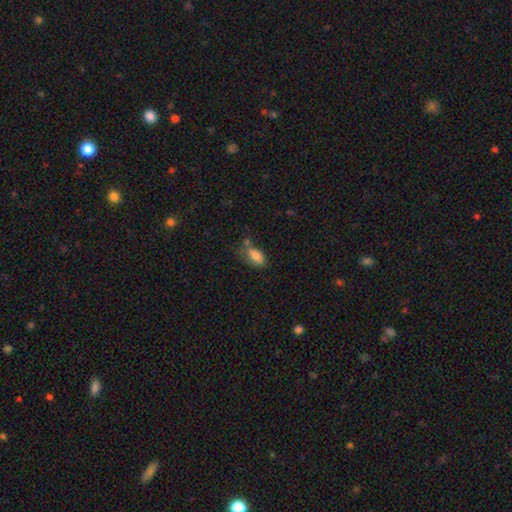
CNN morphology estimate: A smooth galaxy with no disk features (80%) that is in between round and cigar-shaped (88%). Merging: none (50%).